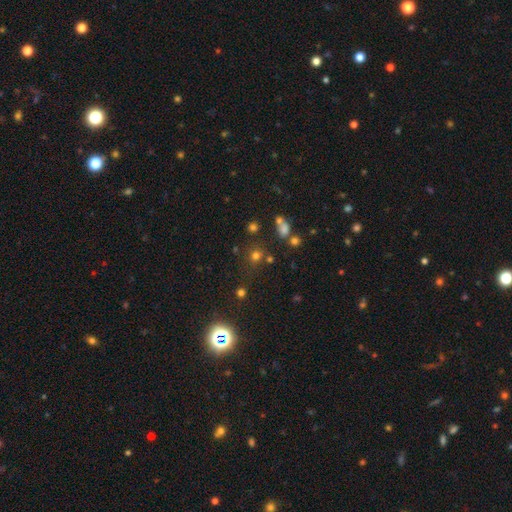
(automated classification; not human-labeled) smooth-or-featured: smooth: 65% | star or artifact: 27% | featured or disk: 8%
  how-rounded: round: 84% | in between: 15% | cigar-shaped: 1%
  merging: none: 73% | merger: 11% | minor disturbance: 11% | major disturbance: 5%